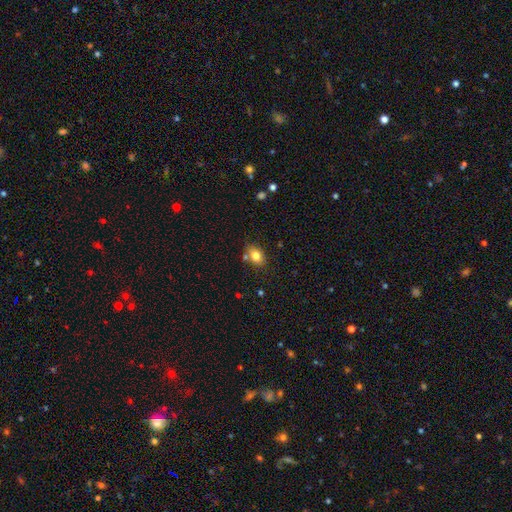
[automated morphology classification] Smooth or featured? Predicted: smooth (p=0.80). How rounded? Predicted: in between (p=0.73). Merging? Predicted: none (p=0.70).